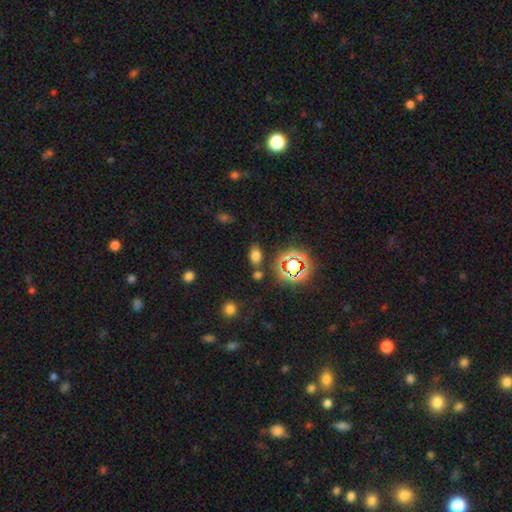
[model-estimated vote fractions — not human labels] smooth 69%, star or artifact 24%, featured or disk 7%. Down the decision tree: how rounded — in between (85%); merging — none (76%).